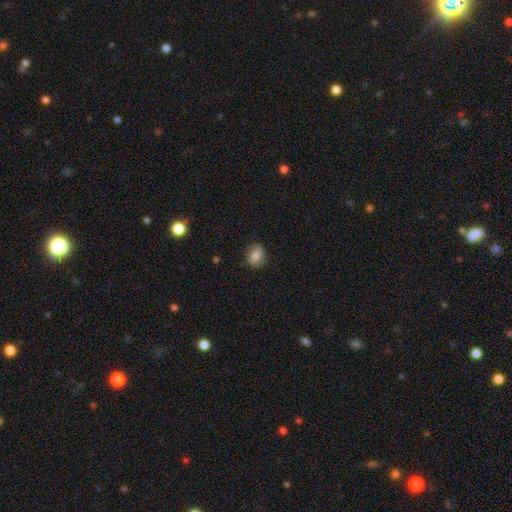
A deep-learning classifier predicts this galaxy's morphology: A smooth galaxy with no disk features (78%) that is round (72%).

Vote fractions:
- Smooth or featured? smooth: 78% / featured or disk: 13% / star or artifact: 9%
- How rounded? round: 72% / in between: 27% / cigar-shaped: 1%
- Merging? none: 83% / minor disturbance: 13% / major disturbance: 3% / merger: 1%